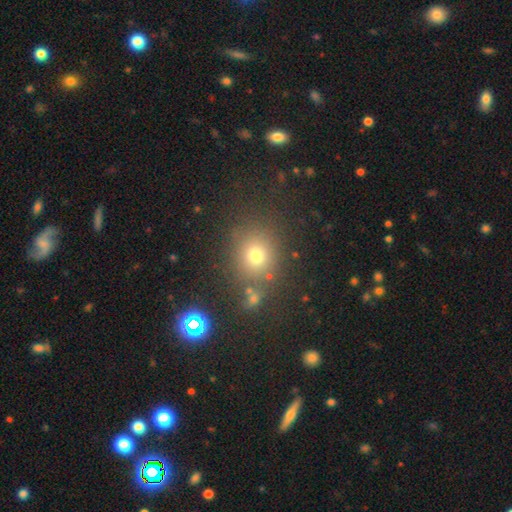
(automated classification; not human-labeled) smooth 71%, star or artifact 20%, featured or disk 9%. Down the decision tree: how rounded — round (76%); merging — none (78%).